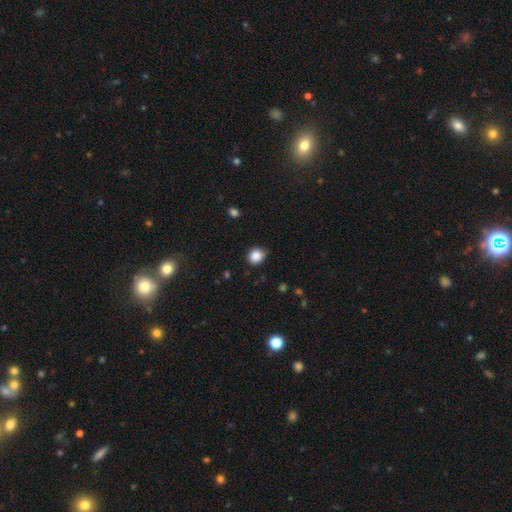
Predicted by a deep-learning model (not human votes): Smooth or featured? smooth (86%)
How rounded? round (87%)
Merging? none (82%)